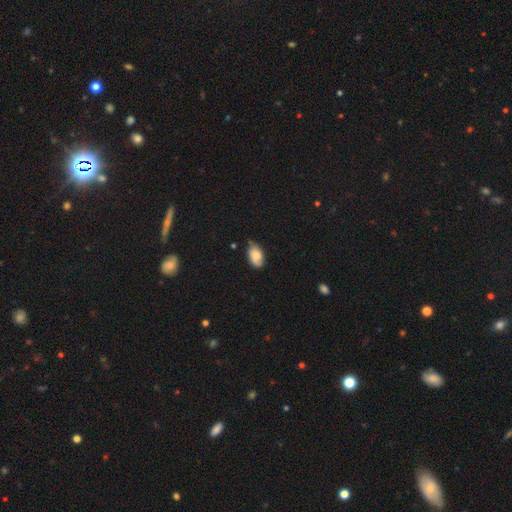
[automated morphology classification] Smooth or featured? smooth (72%)
How rounded? in between (92%)
Merging? none (65%)